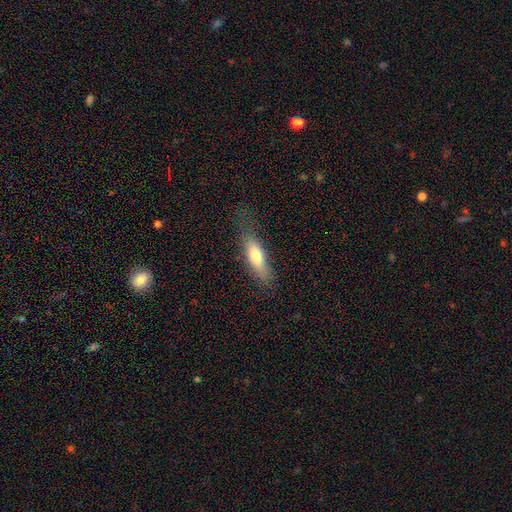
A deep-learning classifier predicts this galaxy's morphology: Smooth or featured? Predicted: smooth (p=0.72). How rounded? Predicted: in between (p=0.50). Merging? Predicted: none (p=0.67).